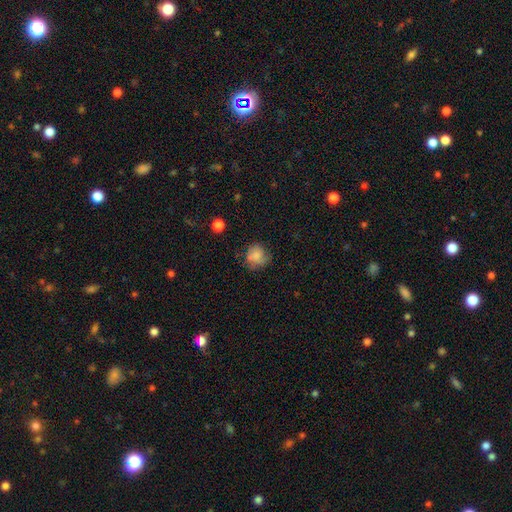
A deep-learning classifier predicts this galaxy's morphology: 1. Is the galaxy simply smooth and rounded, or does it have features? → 73% smooth, 16% featured or disk, 10% star or artifact.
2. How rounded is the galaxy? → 75% round, 24% in between, 1% cigar-shaped.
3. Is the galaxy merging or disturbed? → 54% none, 28% minor disturbance, 15% major disturbance, 3% merger.